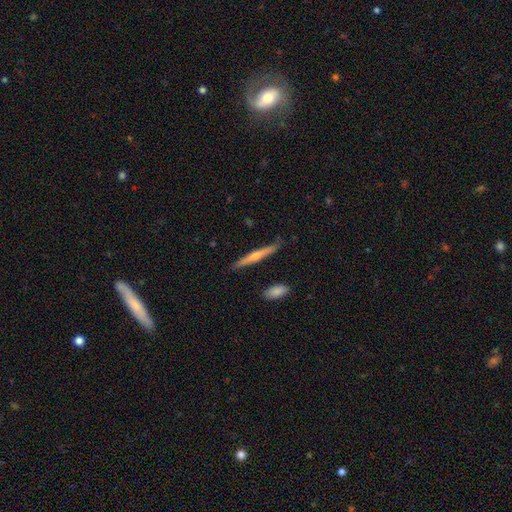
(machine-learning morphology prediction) A smooth galaxy with no disk features (48%). Merging: none (84%).